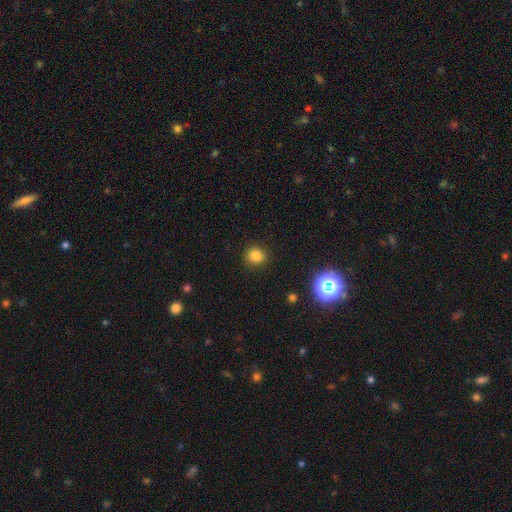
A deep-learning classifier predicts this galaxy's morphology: Overall: smooth (81%). How rounded: round (90%). Merging: none (89%).